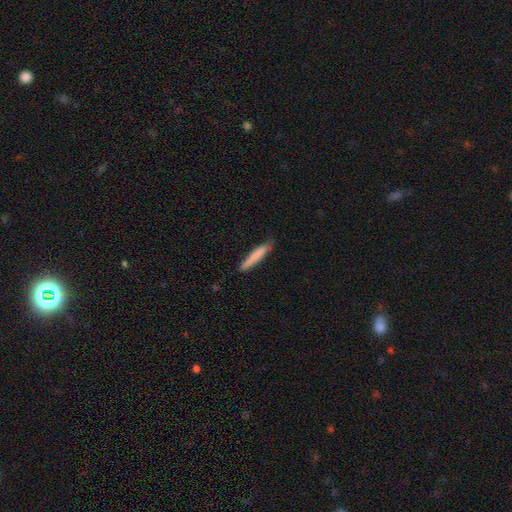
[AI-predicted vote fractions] Morphology: type=smooth (79%); roundness=cigar-shaped (93%); merging=none (81%).